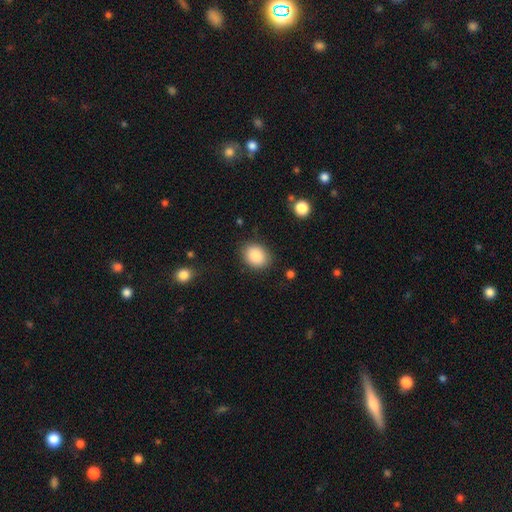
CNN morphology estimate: A smooth galaxy with no disk features (87%) that is in between round and cigar-shaped (53%).

Vote fractions:
- Smooth or featured? smooth: 87% / star or artifact: 8% / featured or disk: 5%
- How rounded? in between: 53% / round: 46% / cigar-shaped: 1%
- Merging? none: 84% / minor disturbance: 11% / major disturbance: 3% / merger: 1%